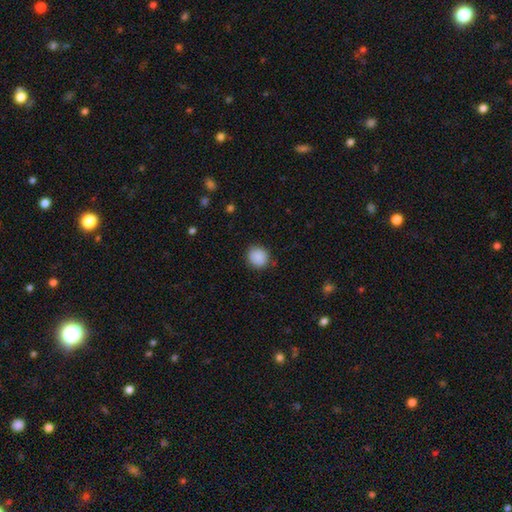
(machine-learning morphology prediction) Smooth or featured?
  - smooth: 89% *
  - star or artifact: 8%
  - featured or disk: 3%
How rounded?
  - round: 85% *
  - in between: 14%
  - cigar-shaped: 1%
Merging?
  - none: 86% *
  - minor disturbance: 10%
  - major disturbance: 3%
  - merger: 1%